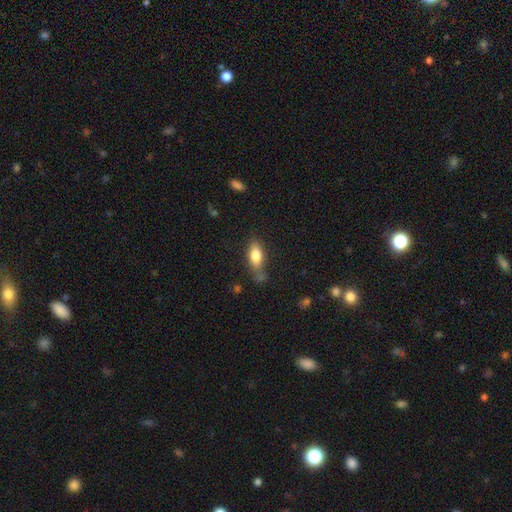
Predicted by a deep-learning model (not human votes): Morphology: type=smooth (78%); roundness=in between (80%); merging=none (60%).